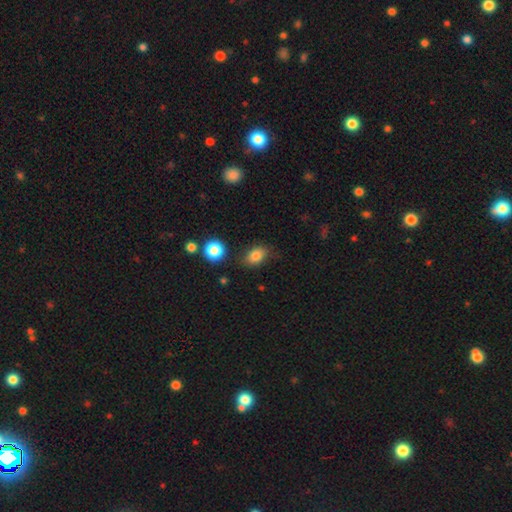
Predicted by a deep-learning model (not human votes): Smooth or featured: smooth — 81% (star or artifact — 11%)
How rounded: in between — 77% (round — 21%)
Merging: none — 76% (minor disturbance — 16%)